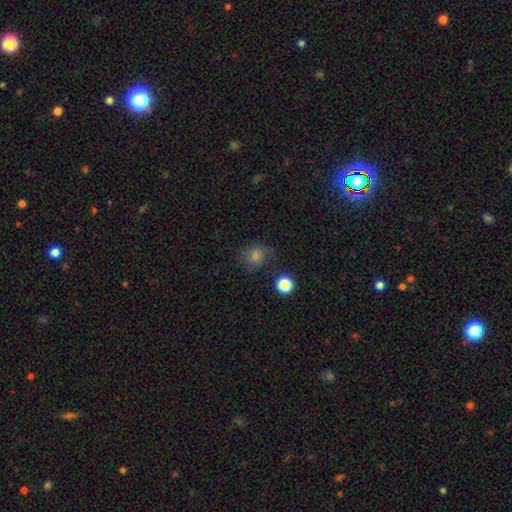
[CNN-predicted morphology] smooth-or-featured: smooth: 71% | star or artifact: 19% | featured or disk: 10%
  how-rounded: round: 76% | in between: 23% | cigar-shaped: 1%
  merging: none: 70% | minor disturbance: 20% | major disturbance: 7% | merger: 3%